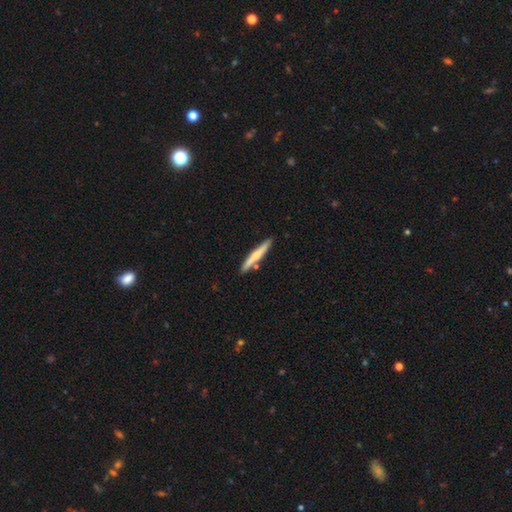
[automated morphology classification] A smooth galaxy with no disk features (54%) that is cigar-shaped (94%).

Vote fractions:
- Smooth or featured? smooth: 54% / featured or disk: 41% / star or artifact: 5%
- How rounded? cigar-shaped: 94% / in between: 4% / round: 1%
- Merging? none: 83% / minor disturbance: 10% / merger: 6% / major disturbance: 2%